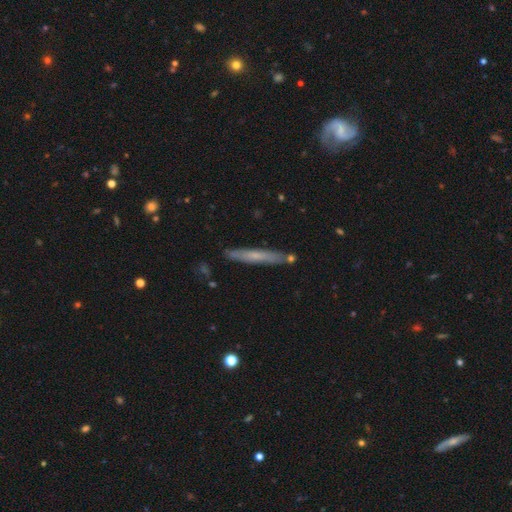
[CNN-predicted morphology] Q: Smooth or featured?
A: smooth (49%); runner-up: featured or disk (44%)
Q: Merging?
A: none (84%); runner-up: minor disturbance (10%)